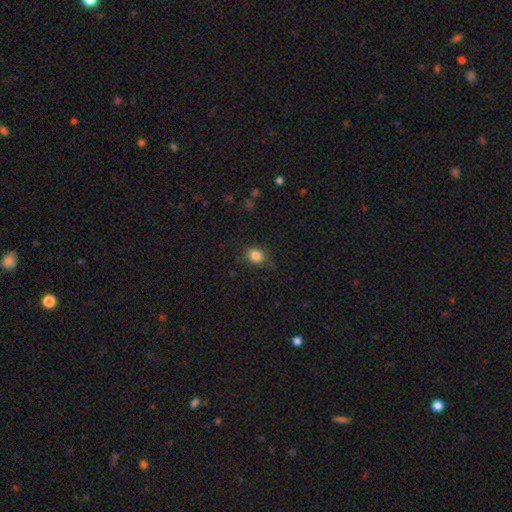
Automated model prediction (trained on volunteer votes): Q: Smooth or featured?
A: smooth (84%); runner-up: star or artifact (11%)
Q: How rounded?
A: round (63%); runner-up: in between (36%)
Q: Merging?
A: none (82%); runner-up: minor disturbance (13%)